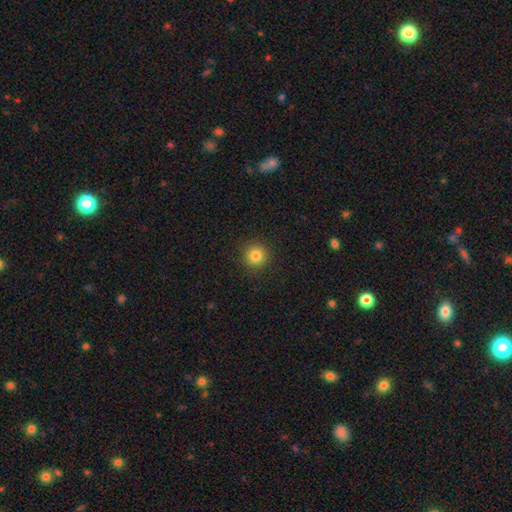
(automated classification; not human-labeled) The model was most divided on "smooth or featured": smooth: 83%, star or artifact: 12%, featured or disk: 5%. More confident: how rounded — round (95%); merging — none (92%).